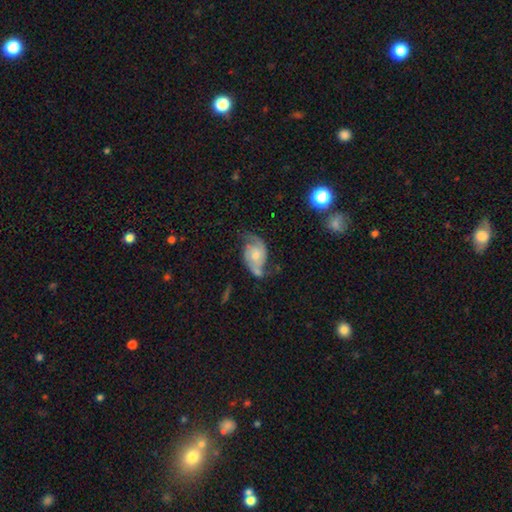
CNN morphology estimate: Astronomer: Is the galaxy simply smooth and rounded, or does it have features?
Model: featured or disk — 80%.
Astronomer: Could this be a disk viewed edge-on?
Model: no — 97%.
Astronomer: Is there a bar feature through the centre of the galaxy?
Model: no — 69%.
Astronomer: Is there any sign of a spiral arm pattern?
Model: yes — 94%.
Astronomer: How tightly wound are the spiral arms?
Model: medium — 46% (runner-up: loose, 31%).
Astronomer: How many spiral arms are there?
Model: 2 — 87%.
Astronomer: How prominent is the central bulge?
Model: moderate — 49% (runner-up: small, 38%).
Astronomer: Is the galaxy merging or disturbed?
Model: none — 52%.